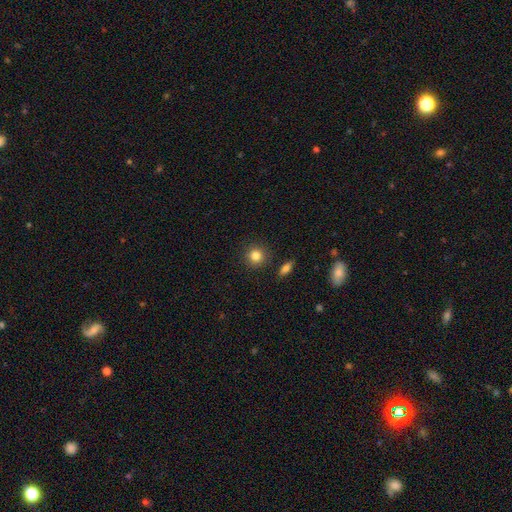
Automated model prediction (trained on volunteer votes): Smooth or featured? Predicted: smooth (p=0.83). How rounded? Predicted: round (p=0.91). Merging? Predicted: none (p=0.89).